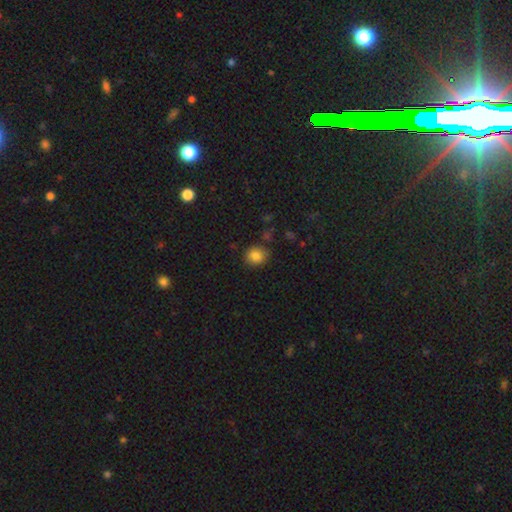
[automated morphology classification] Smooth or featured? Predicted: smooth (p=0.85). How rounded? Predicted: round (p=0.74). Merging? Predicted: none (p=0.81).